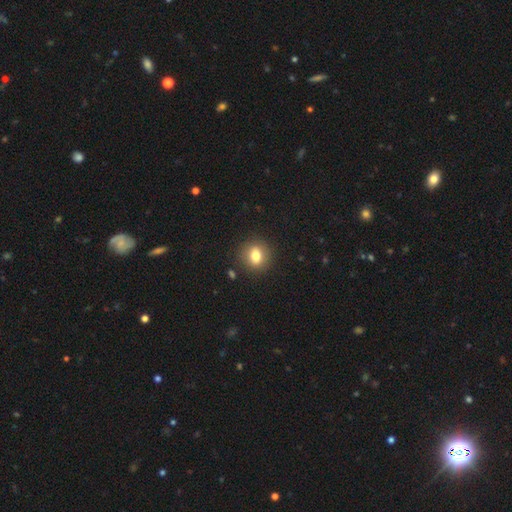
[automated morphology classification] Q: Smooth or featured?
A: smooth (79%); runner-up: featured or disk (11%)
Q: How rounded?
A: round (67%); runner-up: in between (32%)
Q: Merging?
A: none (87%); runner-up: minor disturbance (8%)